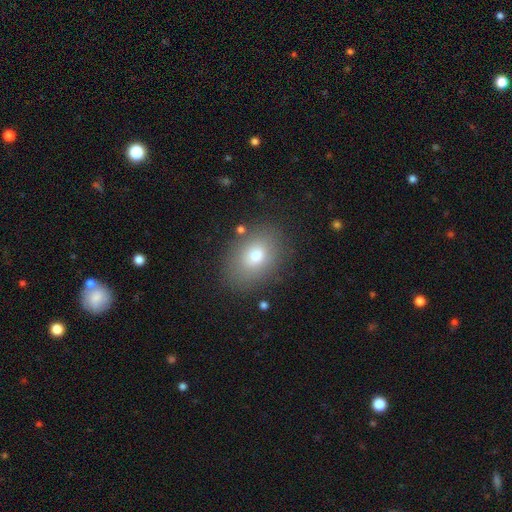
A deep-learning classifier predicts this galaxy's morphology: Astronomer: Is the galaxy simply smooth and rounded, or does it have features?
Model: smooth — 74%.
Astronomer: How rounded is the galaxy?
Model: in between — 71%.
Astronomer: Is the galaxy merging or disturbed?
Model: none — 84%.